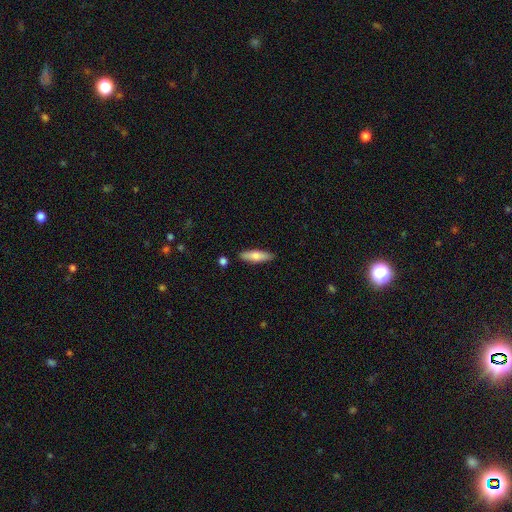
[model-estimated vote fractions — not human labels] smooth 71%, featured or disk 23%, star or artifact 6%. Down the decision tree: how rounded — cigar-shaped (56%); merging — none (86%).